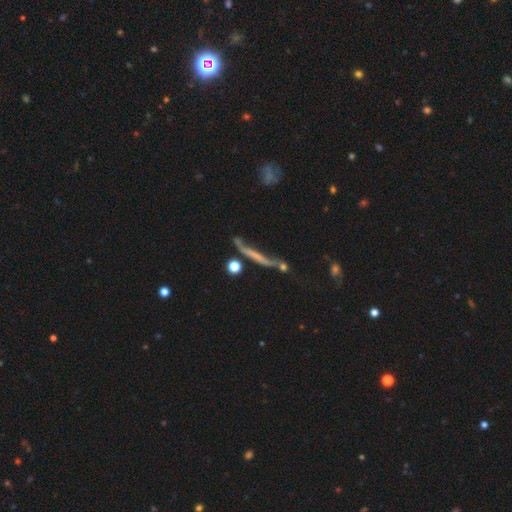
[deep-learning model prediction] Morphology: type=featured or disk (50%); edge-on=yes (79%); merging=none (51%).